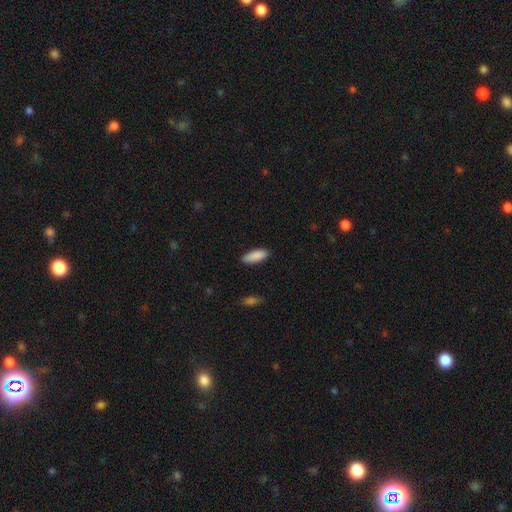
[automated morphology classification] Smooth or featured: smooth — 90% (star or artifact — 6%)
How rounded: in between — 73% (cigar-shaped — 26%)
Merging: none — 87% (minor disturbance — 10%)